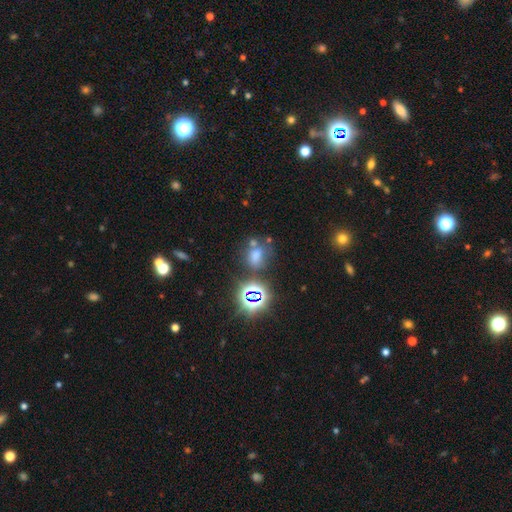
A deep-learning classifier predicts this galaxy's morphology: smooth 55%, star or artifact 33%, featured or disk 12%. Down the decision tree: how rounded — in between (58%); merging — none (53%).